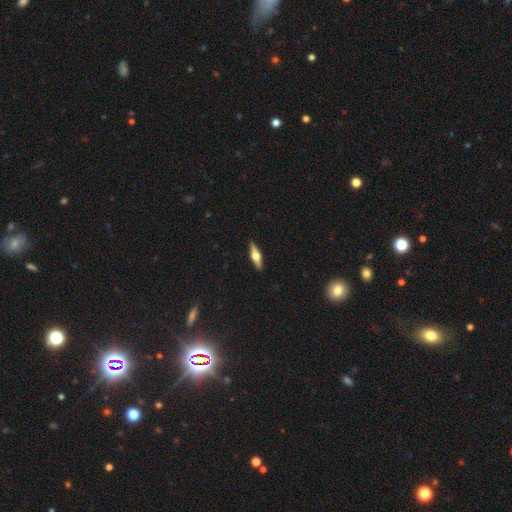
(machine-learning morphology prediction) A featured or disk galaxy (65%) viewed edge-on (96%) with a rounded central bulge (95%). Merging: none (91%).